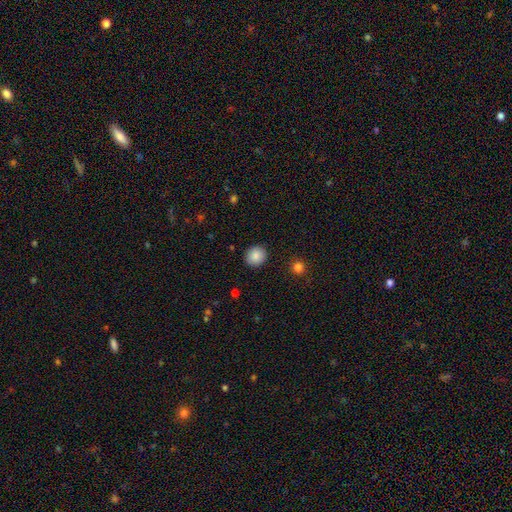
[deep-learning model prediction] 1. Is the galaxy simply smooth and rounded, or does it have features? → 88% smooth, 8% star or artifact, 4% featured or disk.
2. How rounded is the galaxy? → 84% round, 15% in between, 1% cigar-shaped.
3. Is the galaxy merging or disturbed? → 91% none, 6% minor disturbance, 2% major disturbance, 1% merger.